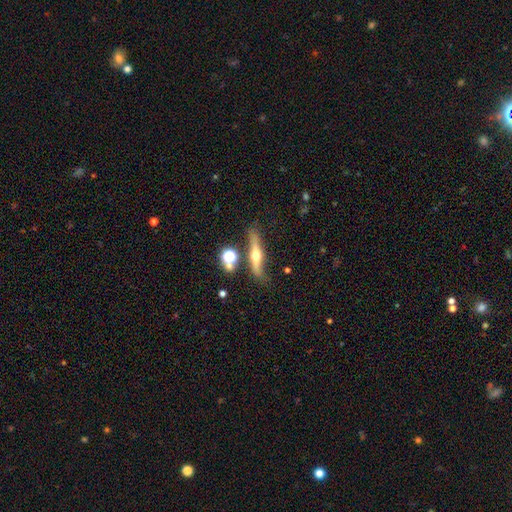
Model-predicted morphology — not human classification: smooth-or-featured: featured or disk: 64% | smooth: 29% | star or artifact: 7%
  disk-edge-on: yes: 90% | no: 10%
    edge-on-bulge: rounded: 94% | none: 3% | boxy: 2%
  merging: none: 74% | minor disturbance: 15% | merger: 6% | major disturbance: 5%